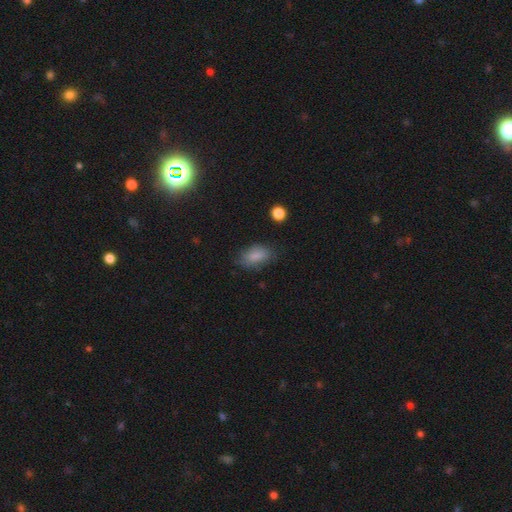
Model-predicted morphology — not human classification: Overall: smooth (82%). How rounded: in between (90%). Merging: none (72%).